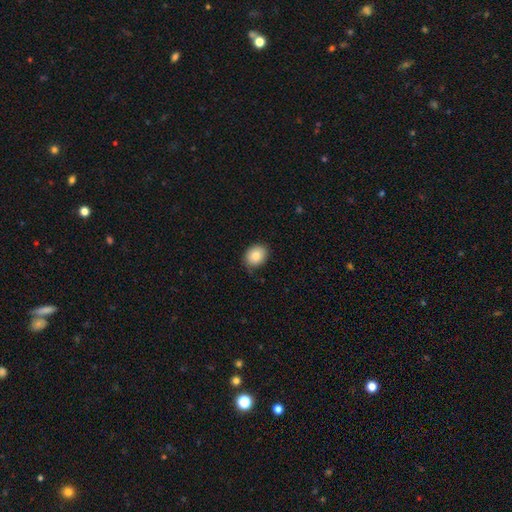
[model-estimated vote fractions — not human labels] Overall: smooth (82%). How rounded: round (52%; in between 47%). Merging: none (80%).